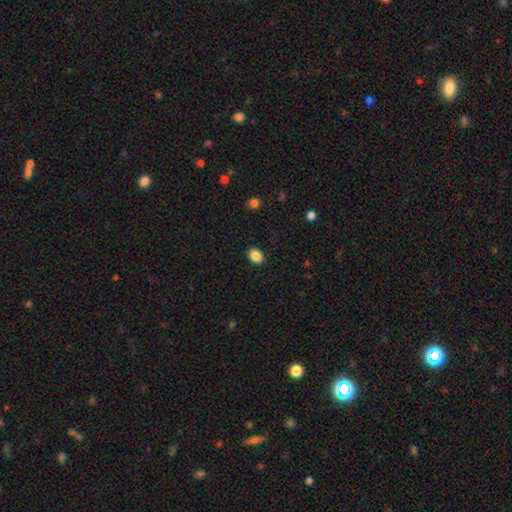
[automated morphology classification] A smooth galaxy with no disk features (88%) that is in between round and cigar-shaped (73%).

Vote fractions:
- Smooth or featured? smooth: 88% / star or artifact: 9% / featured or disk: 3%
- How rounded? in between: 73% / round: 25% / cigar-shaped: 1%
- Merging? none: 89% / minor disturbance: 8% / major disturbance: 2% / merger: 1%